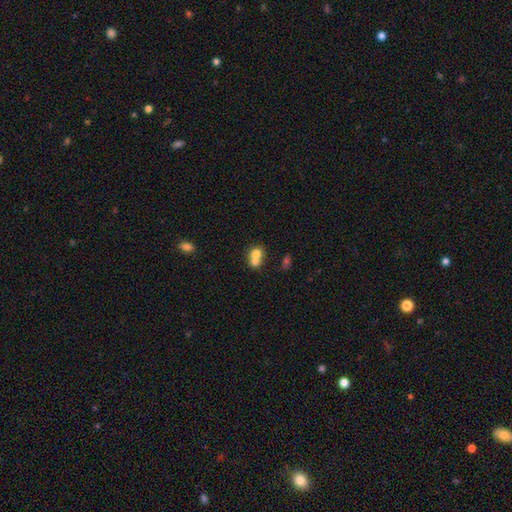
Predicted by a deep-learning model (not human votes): A smooth galaxy with no disk features (71%) that is round (69%).

Vote fractions:
- Smooth or featured? smooth: 71% / featured or disk: 18% / star or artifact: 10%
- How rounded? round: 69% / in between: 30% / cigar-shaped: 1%
- Merging? merger: 68% / none: 25% / minor disturbance: 5% / major disturbance: 3%